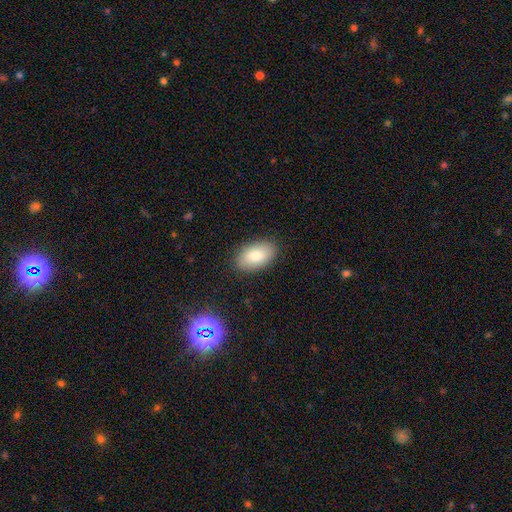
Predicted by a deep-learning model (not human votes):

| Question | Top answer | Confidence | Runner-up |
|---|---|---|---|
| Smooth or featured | smooth | 79% | featured or disk (14%) |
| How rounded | in between | 93% | round (6%) |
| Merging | none | 87% | minor disturbance (9%) |